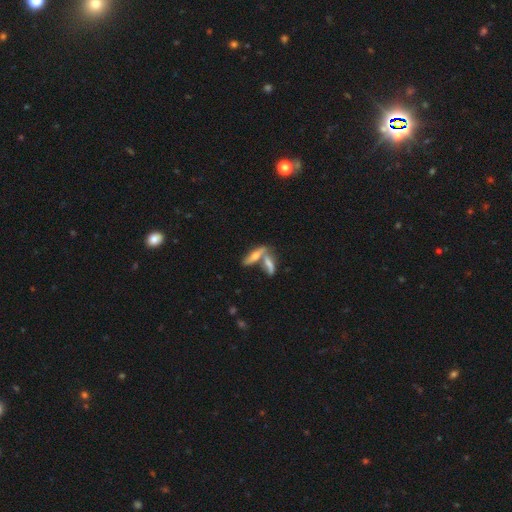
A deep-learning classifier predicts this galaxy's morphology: Smooth or featured?
  - smooth: 48% *
  - featured or disk: 43%
  - star or artifact: 9%
Merging?
  - merger: 46% *
  - none: 41%
  - minor disturbance: 9%
  - major disturbance: 4%